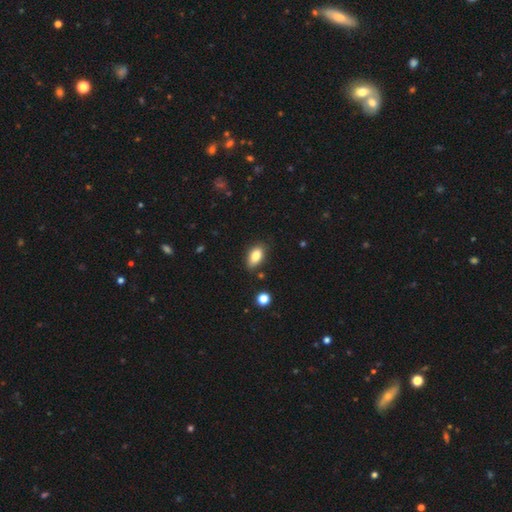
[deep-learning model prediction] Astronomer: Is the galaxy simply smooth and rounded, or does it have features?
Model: smooth — 84%.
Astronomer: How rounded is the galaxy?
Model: in between — 90%.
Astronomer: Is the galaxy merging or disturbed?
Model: none — 77%.